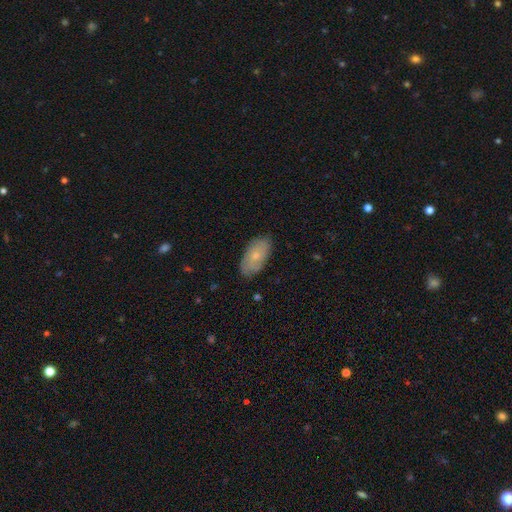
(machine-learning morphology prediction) Smooth or featured?
  - smooth: 56% *
  - featured or disk: 37%
  - star or artifact: 7%
How rounded?
  - in between: 93% *
  - cigar-shaped: 4%
  - round: 4%
Merging?
  - none: 79% *
  - minor disturbance: 17%
  - major disturbance: 3%
  - merger: 1%